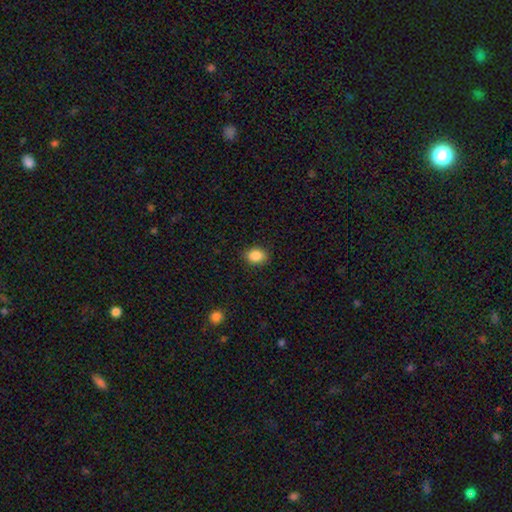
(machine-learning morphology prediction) This is clearly a smooth galaxy (88%). How rounded: likely in between (65%). Merging: clearly none (88%).